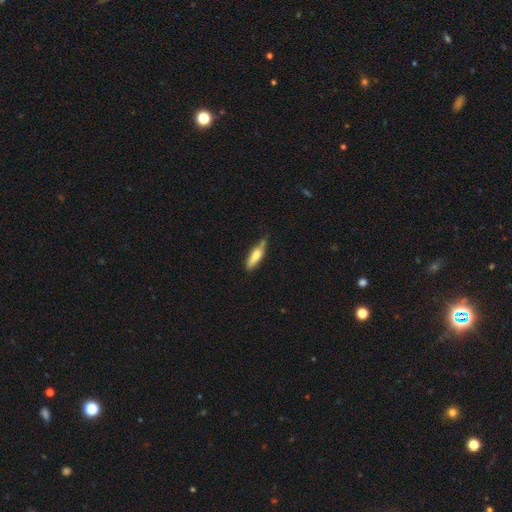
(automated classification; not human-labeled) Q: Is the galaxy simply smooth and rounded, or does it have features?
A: smooth — 67%.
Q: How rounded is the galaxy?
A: cigar-shaped — 66%.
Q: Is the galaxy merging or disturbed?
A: none — 63%.